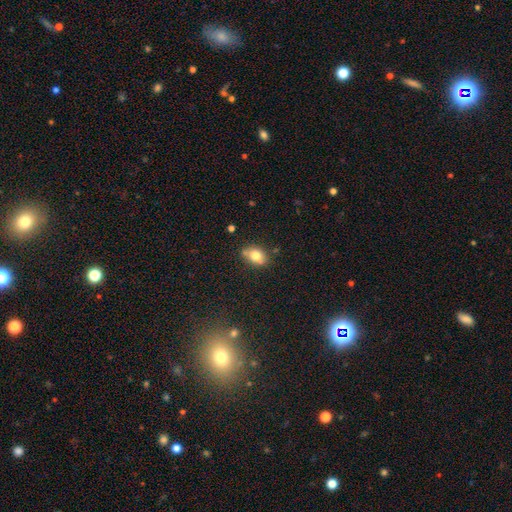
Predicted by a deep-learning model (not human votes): smooth_or_featured: smooth (p=0.76) [alt: featured or disk p=0.15]
how_rounded: in between (p=0.77) [alt: round p=0.21]
merging: none (p=0.70) [alt: minor disturbance p=0.19]